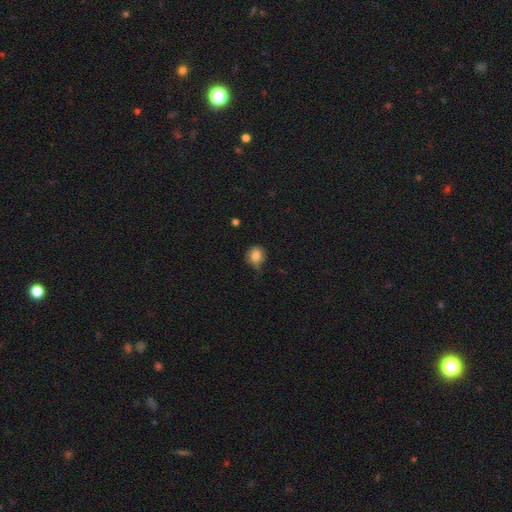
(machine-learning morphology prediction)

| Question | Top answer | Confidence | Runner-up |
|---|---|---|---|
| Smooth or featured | smooth | 83% | star or artifact (9%) |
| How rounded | round | 75% | in between (24%) |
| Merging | none | 61% | minor disturbance (30%) |